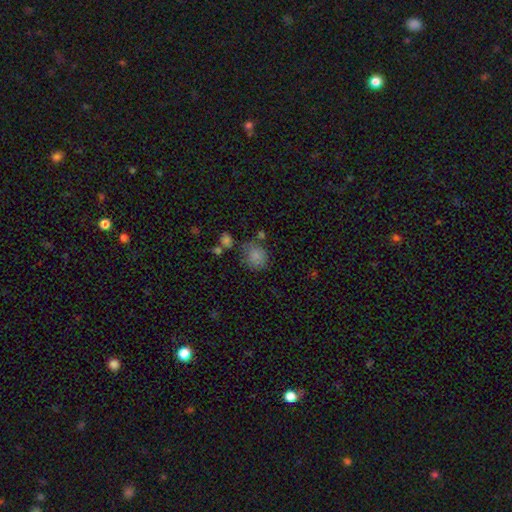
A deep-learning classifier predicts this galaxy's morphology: Smooth or featured: smooth — 81% (star or artifact — 11%)
How rounded: round — 80% (in between — 19%)
Merging: none — 63% (minor disturbance — 19%)